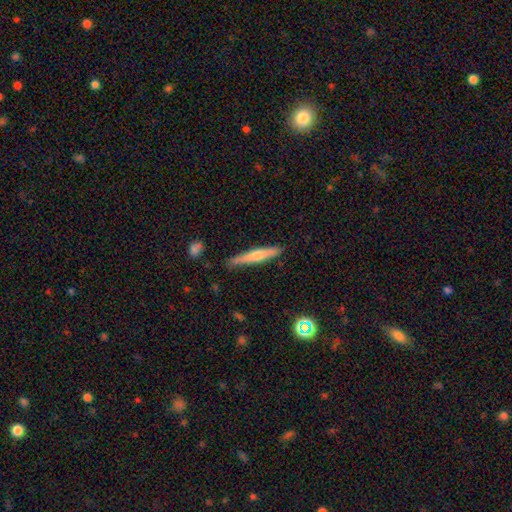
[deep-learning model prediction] A featured or disk galaxy (53%) viewed edge-on (96%) with a rounded central bulge (78%). Merging: none (88%).